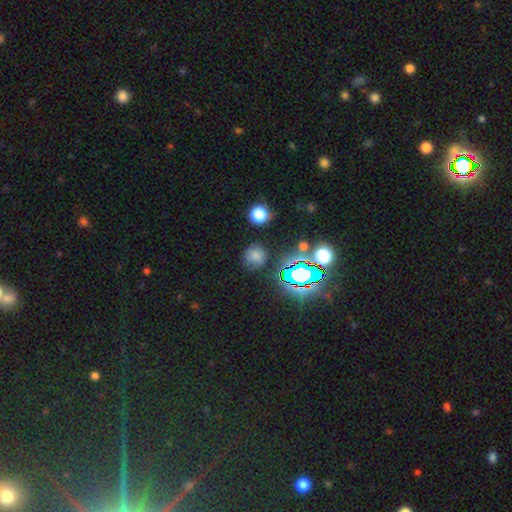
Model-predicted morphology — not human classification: Smooth or featured? Predicted: smooth (p=0.66). How rounded? Predicted: round (p=0.87). Merging? Predicted: none (p=0.80).